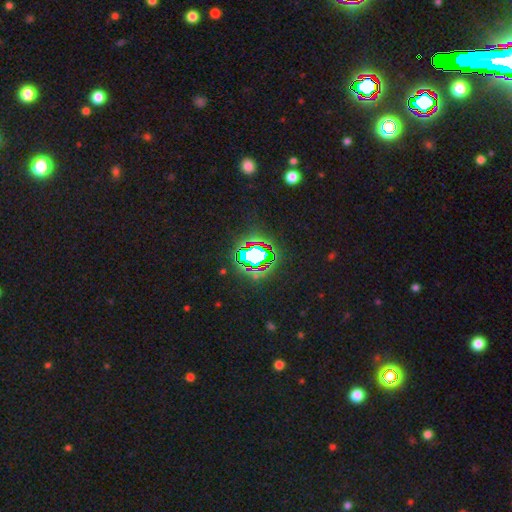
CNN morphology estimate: smooth-or-featured: star or artifact: 67% | smooth: 19% | featured or disk: 14%